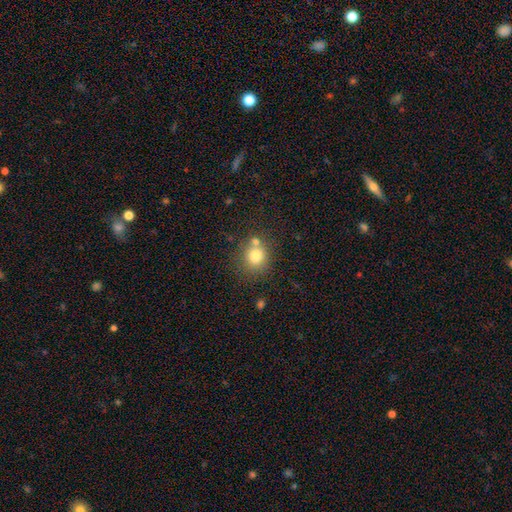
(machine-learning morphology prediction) type=smooth (78%); roundness=round (80%); merging=none (62%).